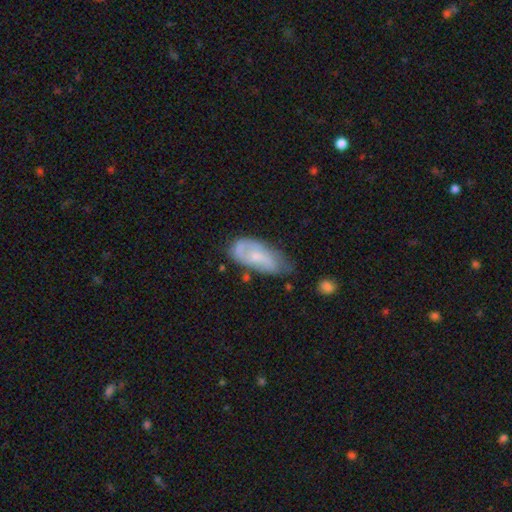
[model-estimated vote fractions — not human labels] The model was most divided on "smooth or featured": featured or disk: 50%, smooth: 43%, star or artifact: 7%. Remaining: edge-on disk — no (92%); merging — none (46%).